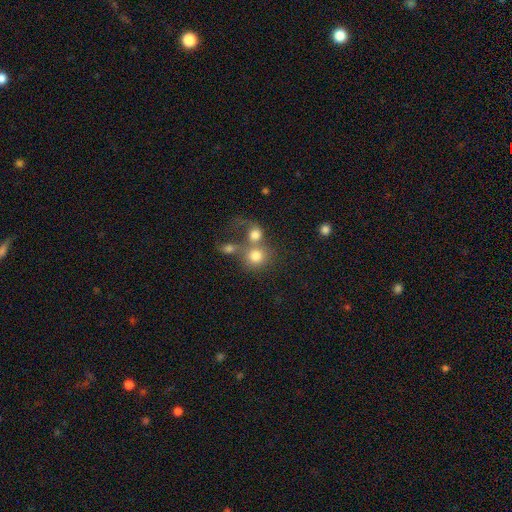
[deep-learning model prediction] The model was most divided on "merging": merger: 49%, none: 34%, major disturbance: 9%, minor disturbance: 8%. More confident: how rounded — round (82%); smooth or featured — smooth (75%).